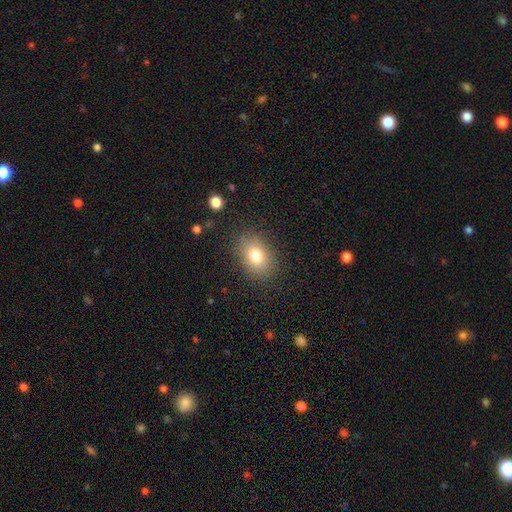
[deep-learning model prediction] Morphology: type=smooth (80%); roundness=in between (76%); merging=none (83%).